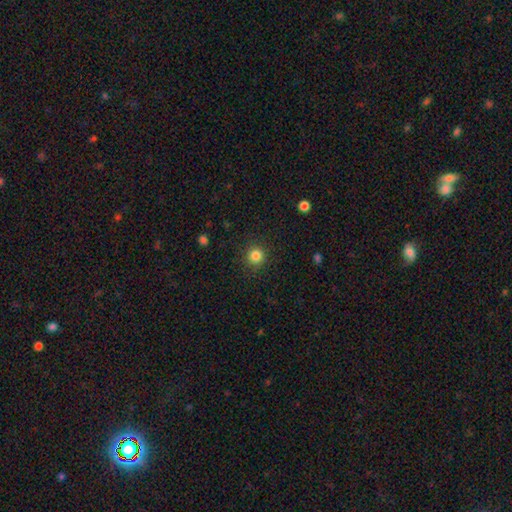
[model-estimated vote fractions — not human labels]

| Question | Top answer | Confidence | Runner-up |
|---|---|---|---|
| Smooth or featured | smooth | 83% | star or artifact (12%) |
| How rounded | round | 94% | in between (5%) |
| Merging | none | 89% | minor disturbance (7%) |